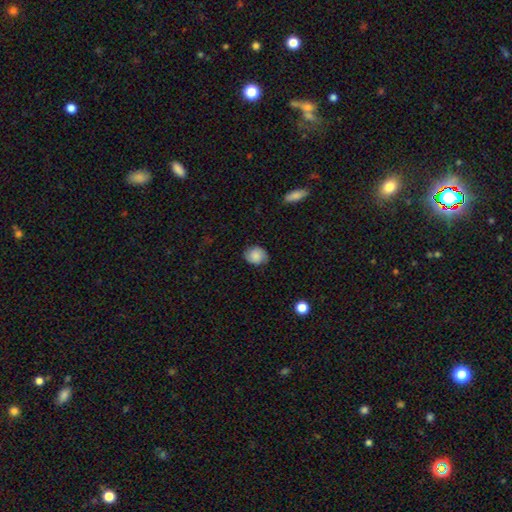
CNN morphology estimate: smooth 67%, featured or disk 24%, star or artifact 9%. Down the decision tree: how rounded — round (62%); merging — none (78%).